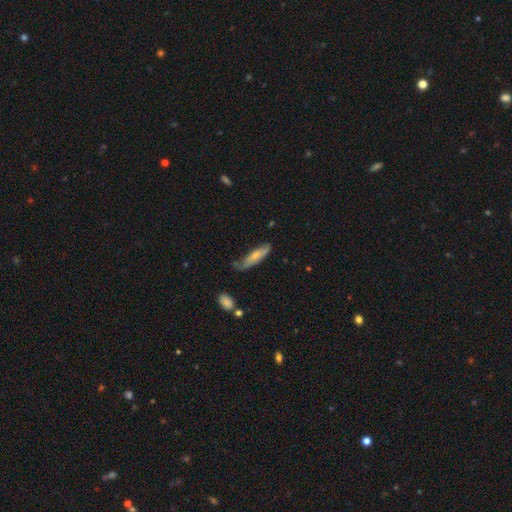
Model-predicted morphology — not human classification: smooth 65%, featured or disk 29%, star or artifact 6%. Down the decision tree: how rounded — cigar-shaped (63%); merging — none (59%).